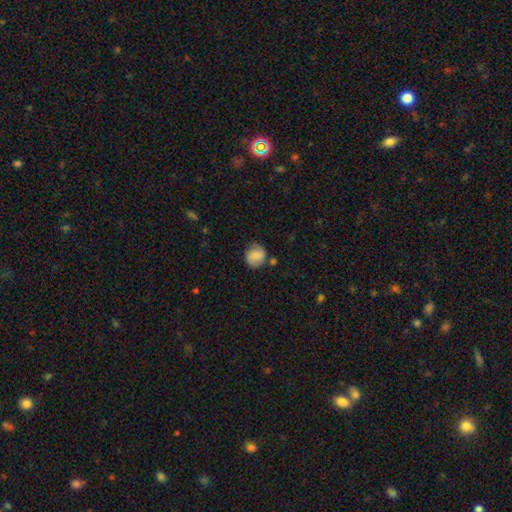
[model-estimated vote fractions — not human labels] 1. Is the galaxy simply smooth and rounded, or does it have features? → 74% smooth, 18% featured or disk, 8% star or artifact.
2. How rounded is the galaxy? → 81% round, 18% in between, 1% cigar-shaped.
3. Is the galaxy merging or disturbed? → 69% none, 21% minor disturbance, 6% major disturbance, 5% merger.